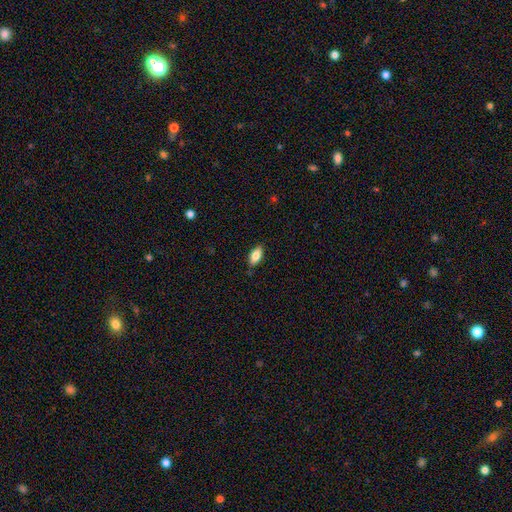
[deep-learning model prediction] This appears to be a smooth galaxy with no disk features (81%) that is in between round and cigar-shaped (89%). Merging: none (85%).